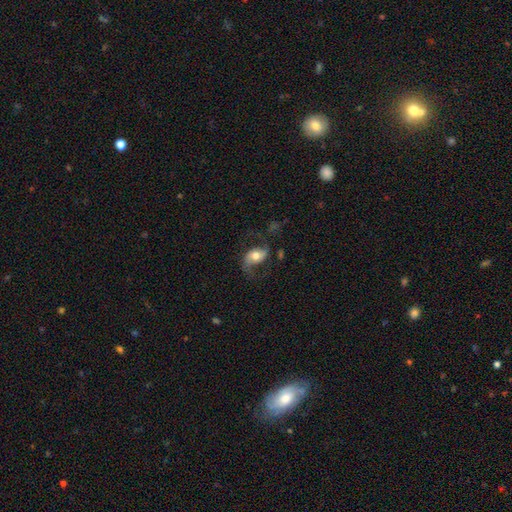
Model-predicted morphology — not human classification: Smooth or featured: featured or disk — 72% (smooth — 21%)
Edge-on disk: no — 96% (yes — 4%)
Bar: no — 56% (weak — 28%)
Spiral arms: yes — 91% (no — 9%)
Spiral winding: loose — 69% (medium — 25%)
Spiral arm count: 2 — 91% (1 — 3%)
Bulge size: moderate — 68% (large — 16%)
Merging: none — 65% (minor disturbance — 17%)